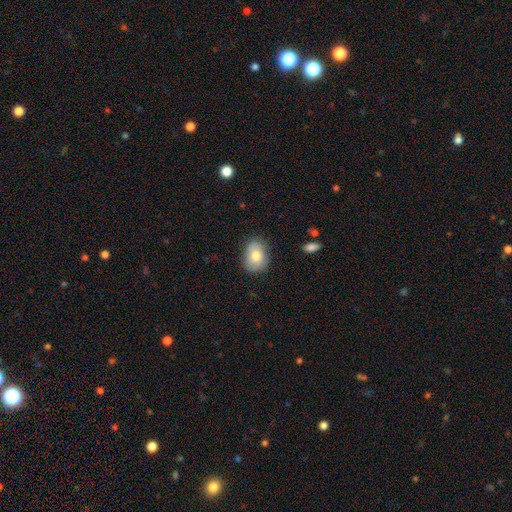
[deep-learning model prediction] smooth-or-featured: smooth: 74% | featured or disk: 19% | star or artifact: 7%
  how-rounded: in between: 70% | round: 29% | cigar-shaped: 1%
  merging: none: 77% | minor disturbance: 18% | major disturbance: 4% | merger: 1%